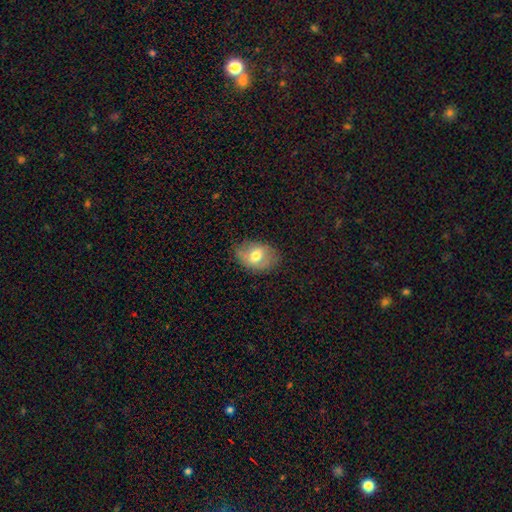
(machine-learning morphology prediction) The model was most divided on "smooth or featured": smooth: 65%, featured or disk: 26%, star or artifact: 8%. More confident: how rounded — in between (75%); merging — none (75%).